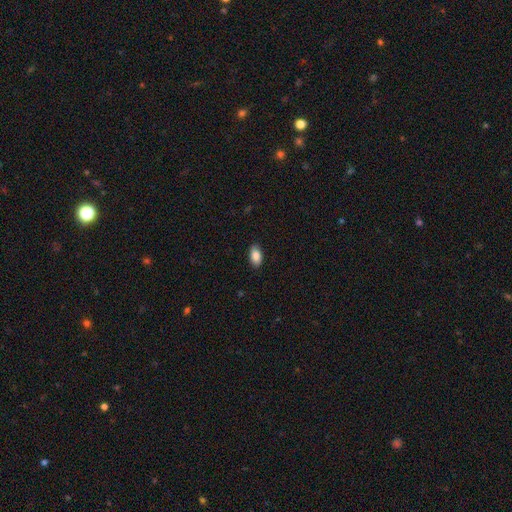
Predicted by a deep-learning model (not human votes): smooth_or_featured: smooth (p=0.88) [alt: star or artifact p=0.07]
how_rounded: in between (p=0.93) [alt: round p=0.05]
merging: none (p=0.88) [alt: minor disturbance p=0.09]